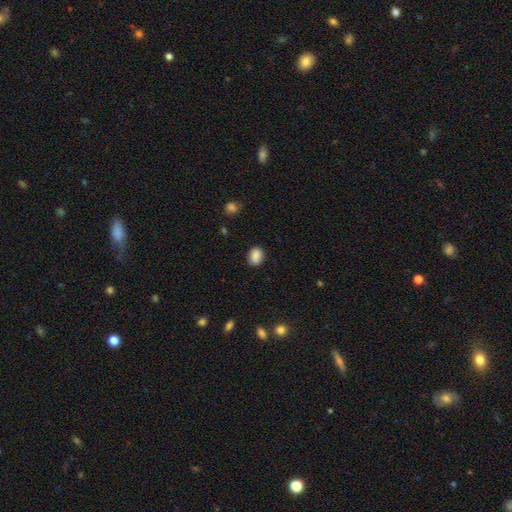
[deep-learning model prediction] Smooth or featured? smooth (85%)
How rounded? in between (55%)
Merging? none (78%)